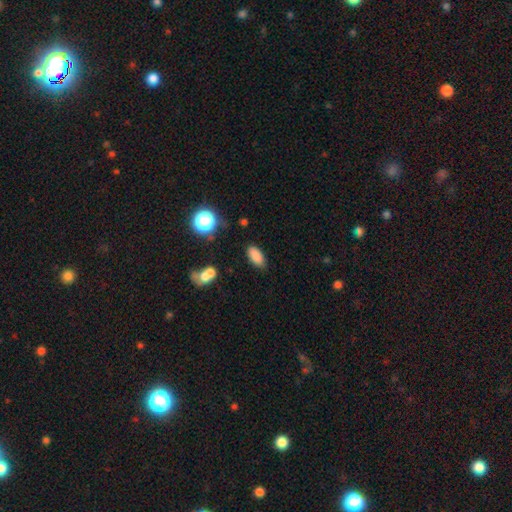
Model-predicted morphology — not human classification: Smooth or featured? Predicted: smooth (p=0.84). How rounded? Predicted: in between (p=0.90). Merging? Predicted: none (p=0.84).